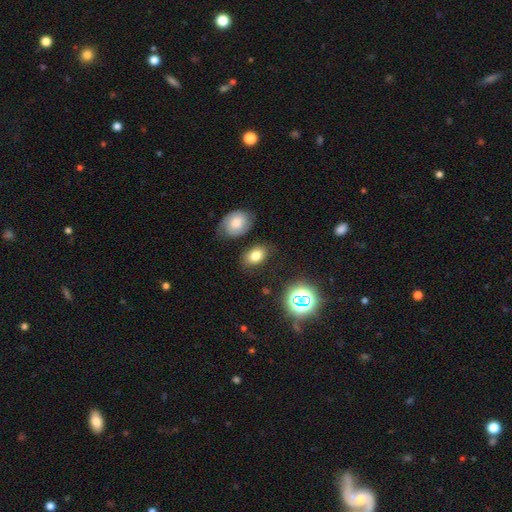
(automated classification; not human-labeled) The model was most divided on "smooth or featured": smooth: 75%, star or artifact: 14%, featured or disk: 11%. More confident: how rounded — in between (83%); merging — none (78%).